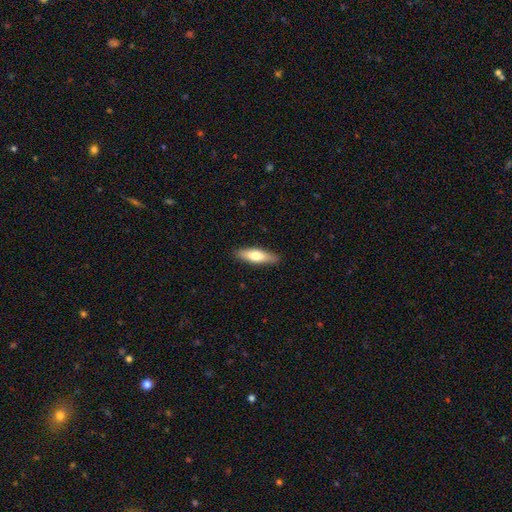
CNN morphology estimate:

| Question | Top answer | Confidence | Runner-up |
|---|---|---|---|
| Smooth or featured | smooth | 68% | featured or disk (27%) |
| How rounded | cigar-shaped | 57% | in between (41%) |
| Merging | none | 89% | minor disturbance (9%) |